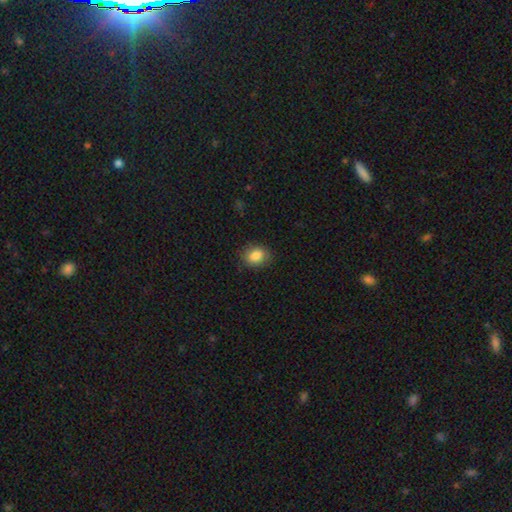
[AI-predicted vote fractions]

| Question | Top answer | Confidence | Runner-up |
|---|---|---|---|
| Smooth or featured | smooth | 85% | star or artifact (9%) |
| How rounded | round | 54% | in between (45%) |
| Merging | none | 83% | minor disturbance (13%) |